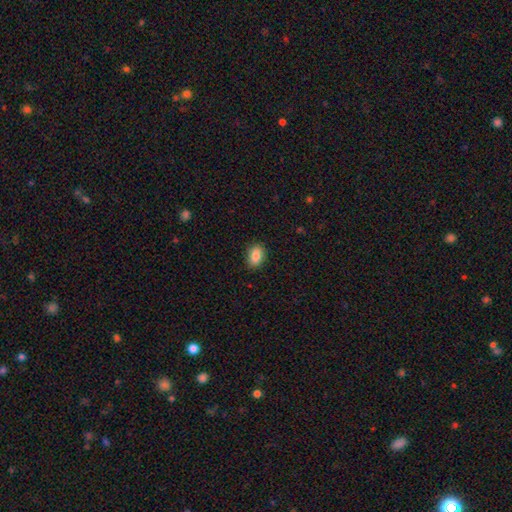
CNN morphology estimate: Q: Smooth or featured?
A: smooth (87%); runner-up: star or artifact (8%)
Q: How rounded?
A: in between (83%); runner-up: round (16%)
Q: Merging?
A: none (88%); runner-up: minor disturbance (9%)